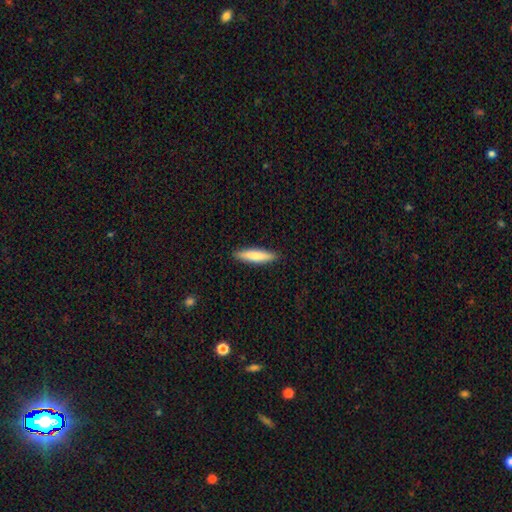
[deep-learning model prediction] A smooth galaxy with no disk features (76%) that is cigar-shaped (80%). Merging: none (90%).